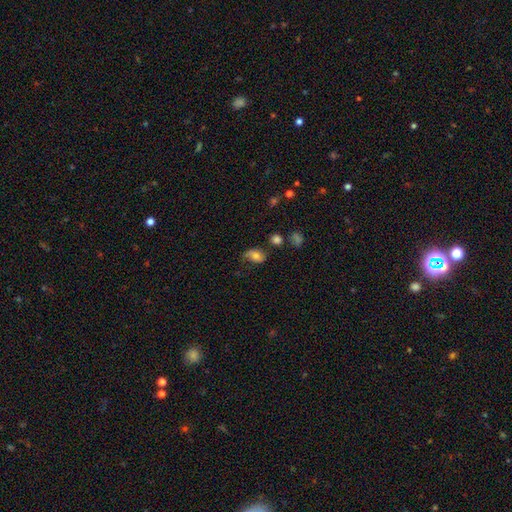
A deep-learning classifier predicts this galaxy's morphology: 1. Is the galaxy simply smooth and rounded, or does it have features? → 62% smooth, 27% featured or disk, 11% star or artifact.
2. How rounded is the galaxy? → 75% in between, 23% round, 2% cigar-shaped.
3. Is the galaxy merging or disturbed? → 49% none, 32% minor disturbance, 15% major disturbance, 4% merger.